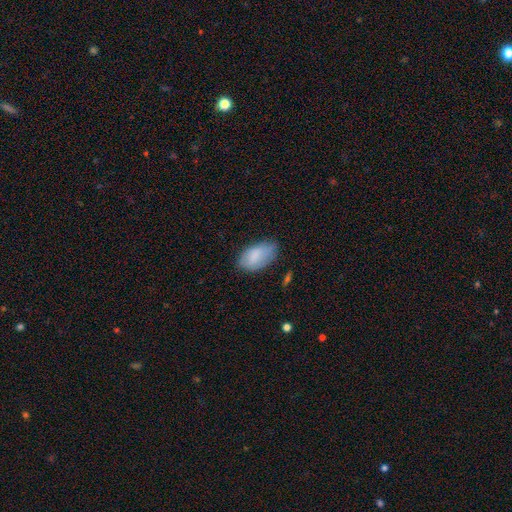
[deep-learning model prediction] Q: Smooth or featured?
A: smooth (84%); runner-up: featured or disk (10%)
Q: How rounded?
A: in between (94%); runner-up: round (4%)
Q: Merging?
A: none (65%); runner-up: minor disturbance (28%)